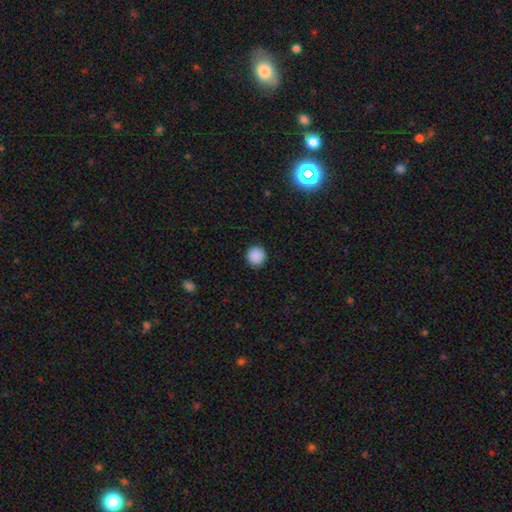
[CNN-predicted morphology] Overall: smooth (88%). How rounded: round (93%). Merging: none (91%).